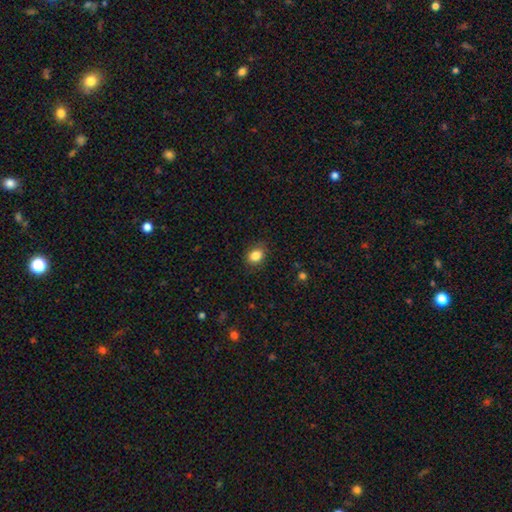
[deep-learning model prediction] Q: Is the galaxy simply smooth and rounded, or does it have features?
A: smooth — 85%.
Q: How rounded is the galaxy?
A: in between — 60%.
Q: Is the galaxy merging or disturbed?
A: none — 85%.